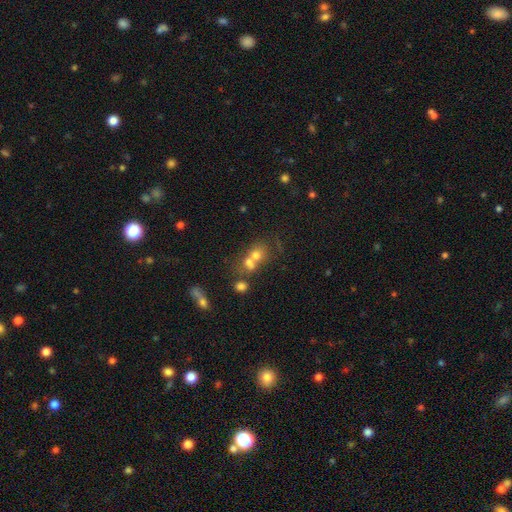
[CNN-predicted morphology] Smooth or featured: smooth — 63% (featured or disk — 21%)
How rounded: round — 67% (in between — 32%)
Merging: merger — 61% (none — 27%)